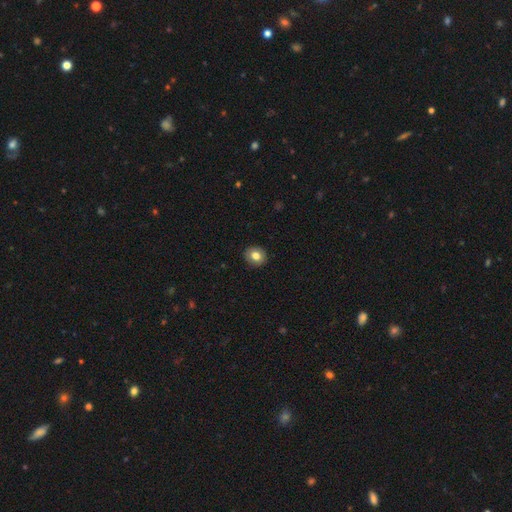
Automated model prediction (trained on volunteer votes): The model was most divided on "how rounded": round: 80%, in between: 19%, cigar-shaped: 1%. More confident: merging — none (91%); smooth or featured — smooth (79%).